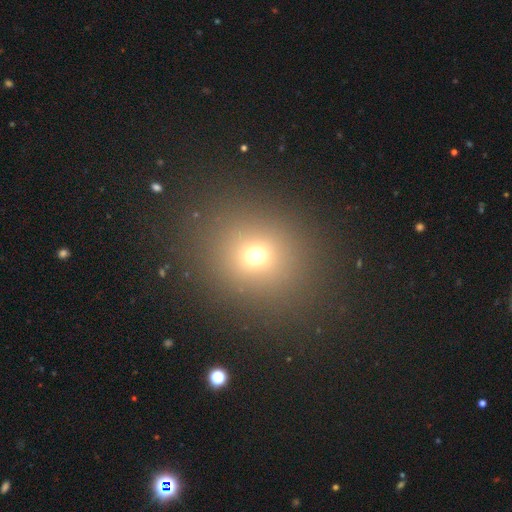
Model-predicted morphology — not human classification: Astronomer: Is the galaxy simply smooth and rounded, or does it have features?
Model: smooth — 68%.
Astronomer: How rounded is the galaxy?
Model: round — 76%.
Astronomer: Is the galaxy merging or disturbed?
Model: none — 86%.